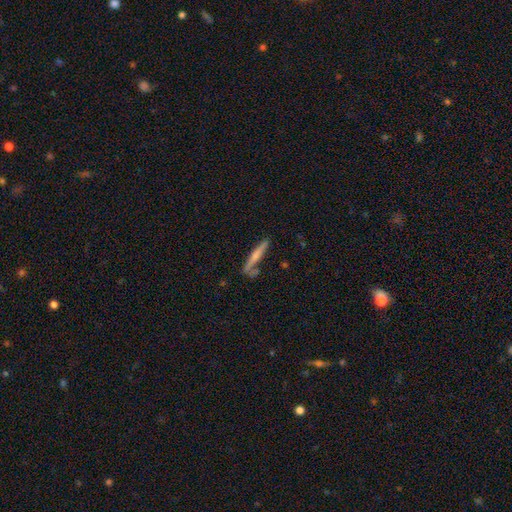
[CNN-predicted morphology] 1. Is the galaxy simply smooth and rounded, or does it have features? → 49% smooth, 45% featured or disk, 6% star or artifact.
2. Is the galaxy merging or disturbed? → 68% none, 17% minor disturbance, 9% merger, 5% major disturbance.